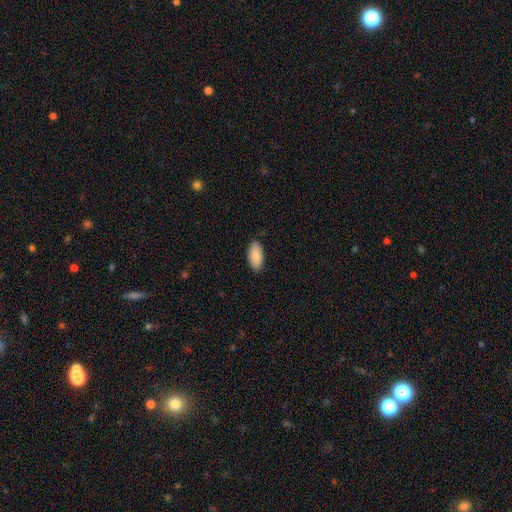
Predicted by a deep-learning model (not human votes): This is clearly a smooth galaxy (88%). How rounded: clearly in between (93%). Merging: clearly none (88%).